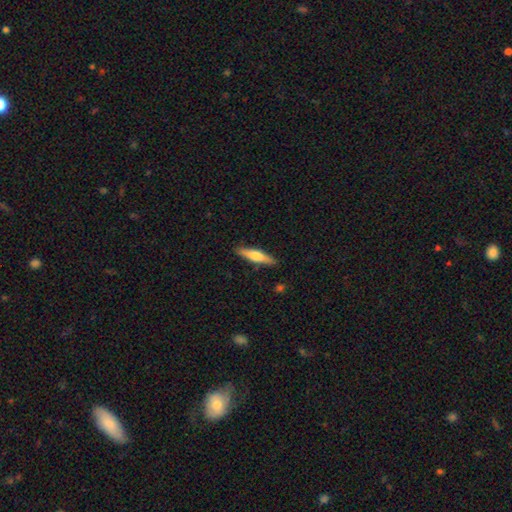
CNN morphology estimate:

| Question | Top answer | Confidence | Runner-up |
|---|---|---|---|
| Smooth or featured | smooth | 53% | featured or disk (42%) |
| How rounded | cigar-shaped | 79% | in between (19%) |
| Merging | none | 89% | minor disturbance (8%) |